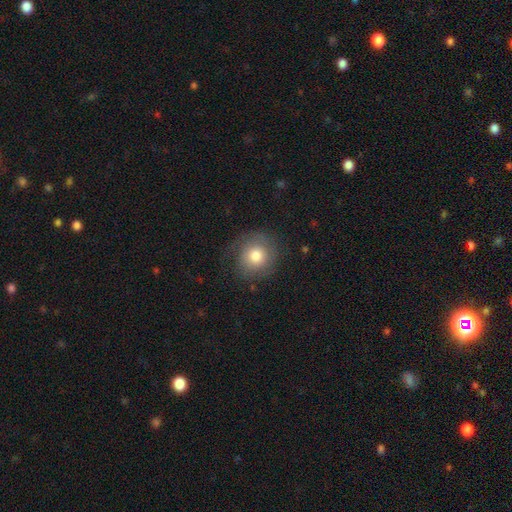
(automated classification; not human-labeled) Smooth or featured? smooth (73%)
How rounded? round (88%)
Merging? none (72%)